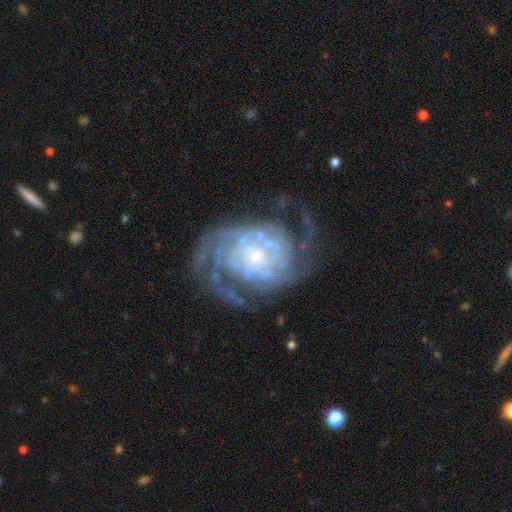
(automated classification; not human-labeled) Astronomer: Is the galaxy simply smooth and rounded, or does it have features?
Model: featured or disk — 88%.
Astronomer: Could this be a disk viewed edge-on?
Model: no — 98%.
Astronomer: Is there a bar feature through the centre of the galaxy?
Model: no — 69%.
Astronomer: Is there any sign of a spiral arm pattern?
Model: yes — 94%.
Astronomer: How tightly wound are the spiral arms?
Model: tight — 54% (runner-up: medium, 34%).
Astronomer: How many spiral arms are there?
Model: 2 — 29%, tied with can't tell at 29%.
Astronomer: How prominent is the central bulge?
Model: small — 60%.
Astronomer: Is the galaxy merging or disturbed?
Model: none — 59%.